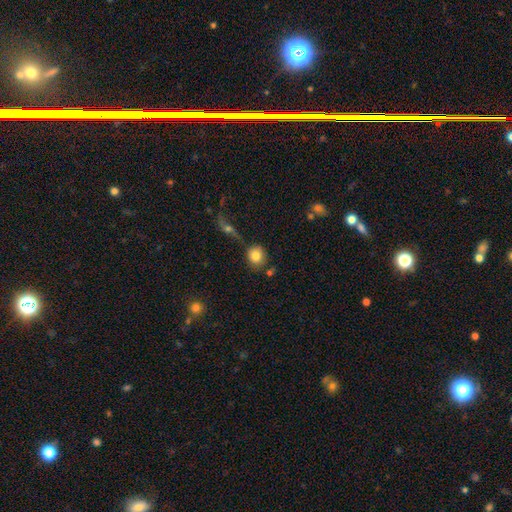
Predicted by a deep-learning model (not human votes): Smooth or featured: smooth — 81% (featured or disk — 10%)
How rounded: round — 82% (in between — 17%)
Merging: none — 75% (minor disturbance — 11%)